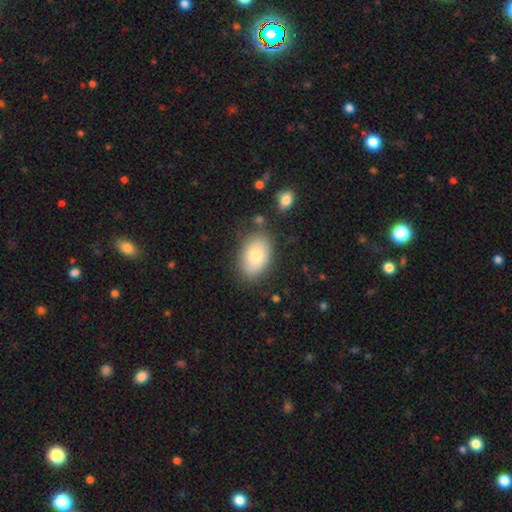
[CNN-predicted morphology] The model was most divided on "smooth or featured": smooth: 77%, featured or disk: 16%, star or artifact: 7%. More confident: how rounded — in between (89%); merging — none (80%).